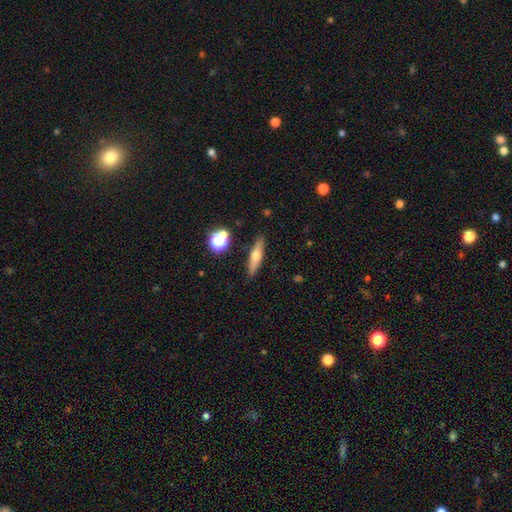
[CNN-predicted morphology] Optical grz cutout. It shows a smooth galaxy with no disk features (50%). Merging: none (87%).